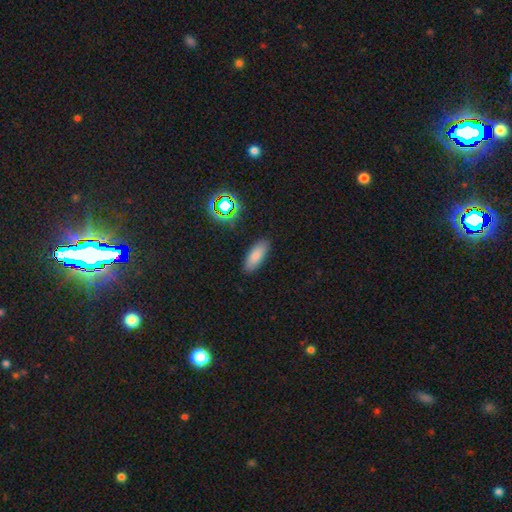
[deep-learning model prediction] This appears to be a smooth galaxy with no disk features (80%) that is in between round and cigar-shaped (76%). Merging: none (88%).